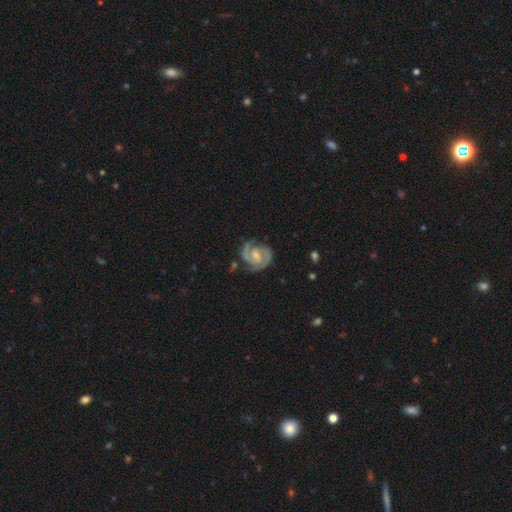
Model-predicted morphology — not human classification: A featured or disk galaxy (90%) with a weak bar (51%), 2 (91%) tight (52%) spiral arms (98%) and a moderate central bulge (37%).

Vote fractions:
- Smooth or featured? featured or disk: 90% / smooth: 6% / star or artifact: 4%
- Edge-on disk? no: 98% / yes: 2%
- Bar? weak: 51% / no: 31% / strong: 18%
- Spiral arms? yes: 98% / no: 2%
- Spiral winding? tight: 52% / medium: 42% / loose: 6%
- Spiral arm count? 2: 91% / 3: 3% / can't tell: 3% / 1: 1% / 4: 1% / more than 4: 1%
- Bulge size? moderate: 37% / small: 35% / none: 23% / large: 4% / dominant: 1%
- Merging? none: 77% / minor disturbance: 16% / major disturbance: 5% / merger: 2%